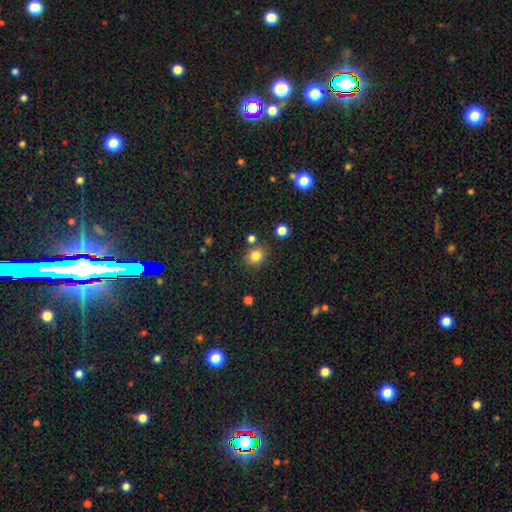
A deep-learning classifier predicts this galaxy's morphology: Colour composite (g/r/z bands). It shows a smooth galaxy with no disk features (82%) that is round (78%). Merging: none (77%).